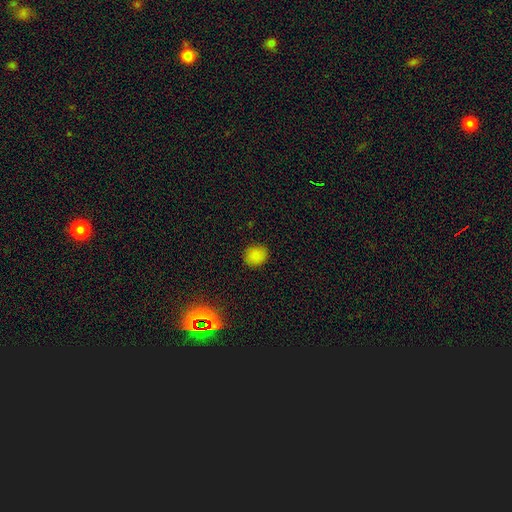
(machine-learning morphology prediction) A smooth galaxy with no disk features (83%) that is round (76%). Merging: none (88%).